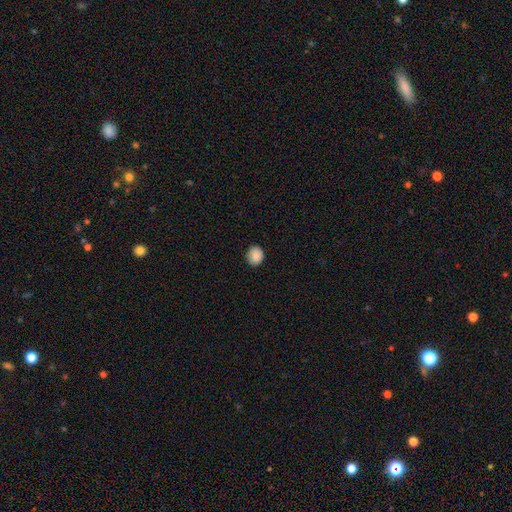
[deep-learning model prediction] The model was most divided on "how rounded": round: 72%, in between: 27%, cigar-shaped: 1%. More confident: merging — none (88%); smooth or featured — smooth (88%).